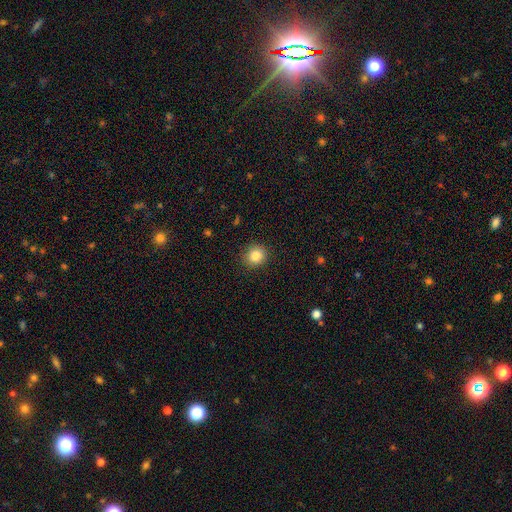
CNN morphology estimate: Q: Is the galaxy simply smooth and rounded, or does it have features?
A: smooth — 85%.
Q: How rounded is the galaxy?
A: round — 89%.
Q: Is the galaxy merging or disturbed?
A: none — 90%.